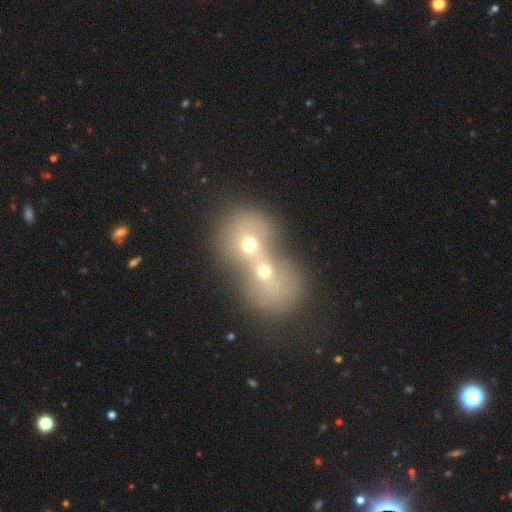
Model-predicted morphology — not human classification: smooth-or-featured: smooth: 49% | featured or disk: 31% | star or artifact: 20%
  merging: merger: 84% | none: 11% | minor disturbance: 3% | major disturbance: 2%